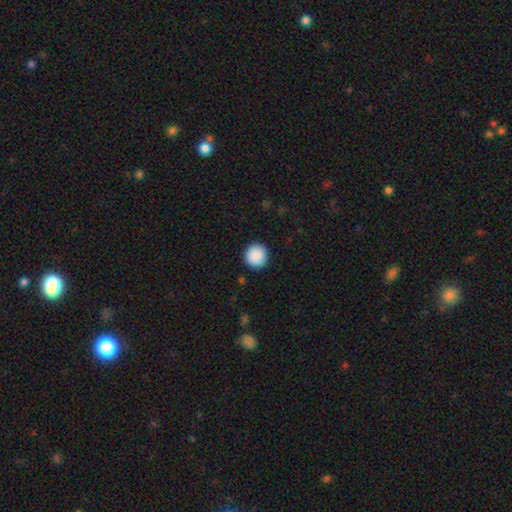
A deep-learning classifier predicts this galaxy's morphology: Smooth or featured?
  - smooth: 89% *
  - star or artifact: 7%
  - featured or disk: 4%
How rounded?
  - round: 94% *
  - in between: 5%
  - cigar-shaped: 1%
Merging?
  - none: 91% *
  - minor disturbance: 6%
  - major disturbance: 2%
  - merger: 1%